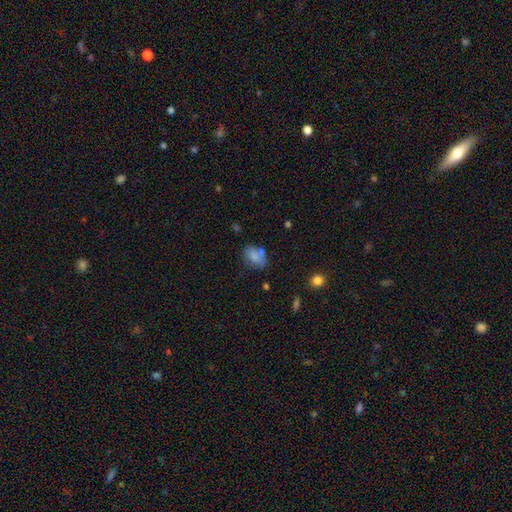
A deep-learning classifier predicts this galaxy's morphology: smooth_or_featured: smooth (p=0.76) [alt: featured or disk p=0.15]
how_rounded: in between (p=0.84) [alt: round p=0.14]
merging: none (p=0.51) [alt: minor disturbance p=0.23]